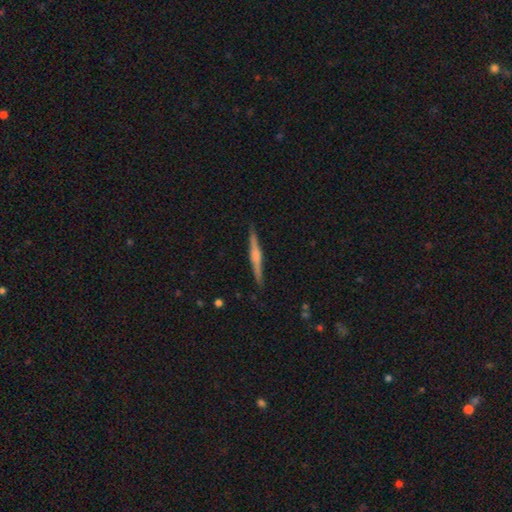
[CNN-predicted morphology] Smooth or featured? featured or disk (66%)
Edge-on disk? yes (98%)
Edge-on bulge? rounded (65%)
Merging? none (90%)